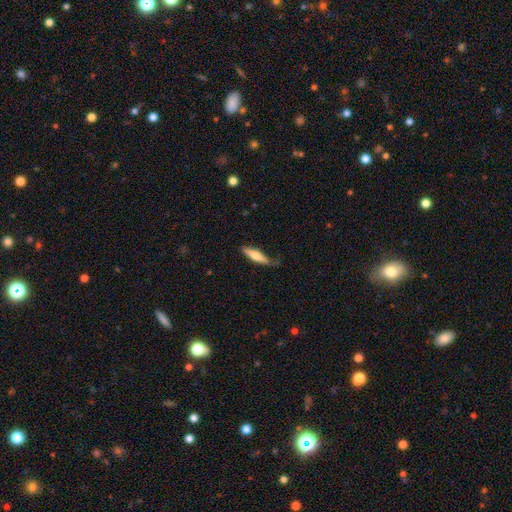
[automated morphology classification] A smooth galaxy with no disk features (61%) that is cigar-shaped (77%). Merging: none (68%).